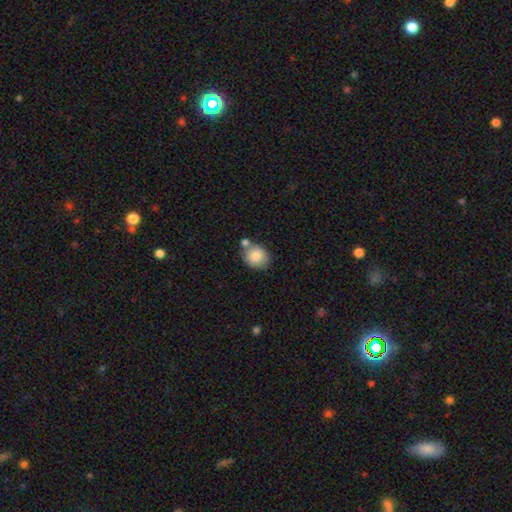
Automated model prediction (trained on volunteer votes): Smooth or featured? Predicted: smooth (p=0.83). How rounded? Predicted: round (p=0.66). Merging? Predicted: none (p=0.59).